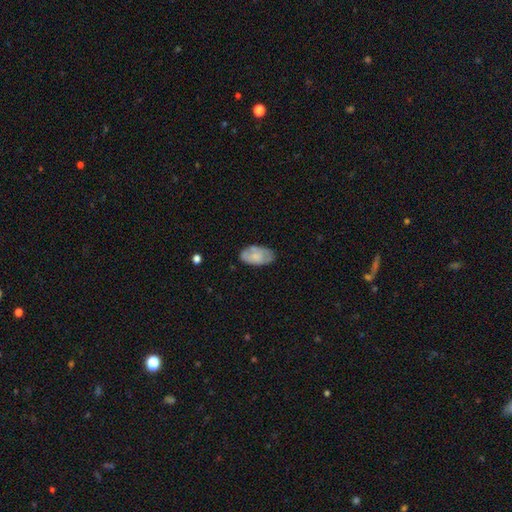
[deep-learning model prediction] Smooth or featured: smooth — 62% (featured or disk — 32%)
How rounded: in between — 94% (round — 4%)
Merging: none — 69% (minor disturbance — 23%)